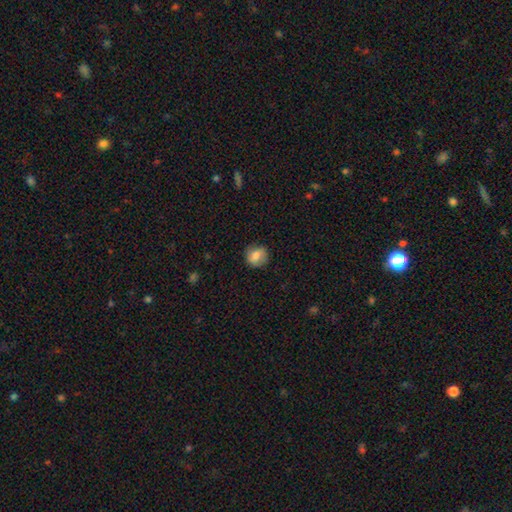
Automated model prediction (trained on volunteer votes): A smooth galaxy with no disk features (76%) that is round (77%).

Vote fractions:
- Smooth or featured? smooth: 76% / featured or disk: 15% / star or artifact: 9%
- How rounded? round: 77% / in between: 22% / cigar-shaped: 1%
- Merging? none: 78% / minor disturbance: 16% / major disturbance: 4% / merger: 1%